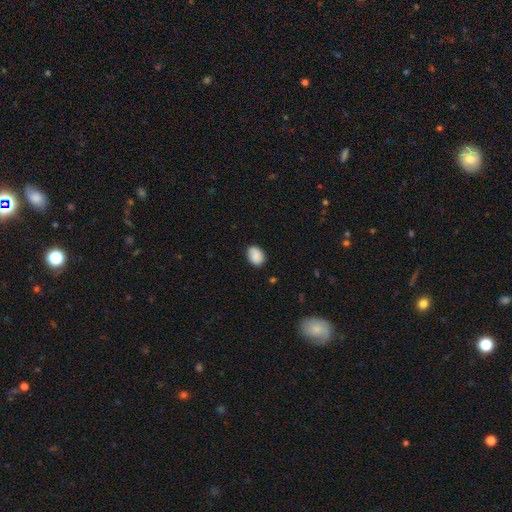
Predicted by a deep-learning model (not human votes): Smooth or featured: smooth — 88% (star or artifact — 7%)
How rounded: in between — 74% (round — 25%)
Merging: none — 82% (minor disturbance — 14%)